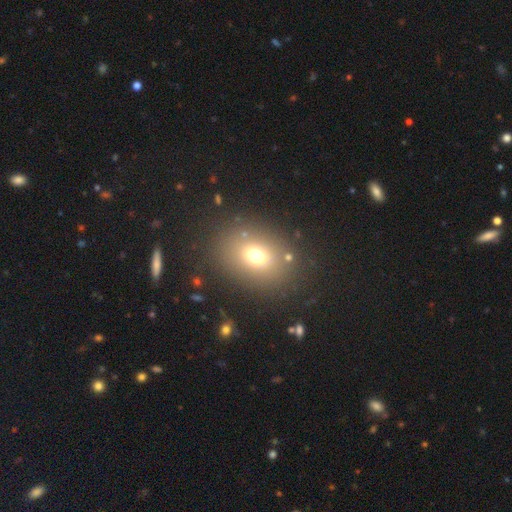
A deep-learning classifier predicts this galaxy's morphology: type=smooth (70%); roundness=in between (53%); merging=none (81%).